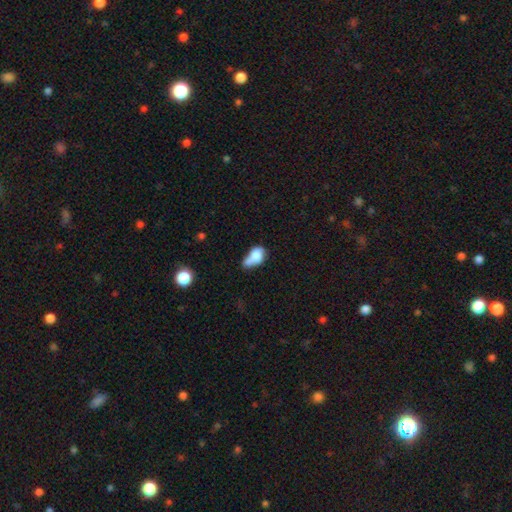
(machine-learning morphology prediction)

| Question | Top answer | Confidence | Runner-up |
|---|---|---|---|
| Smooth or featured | smooth | 71% | featured or disk (19%) |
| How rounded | in between | 75% | round (21%) |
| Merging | merger | 47% | none (21%) |